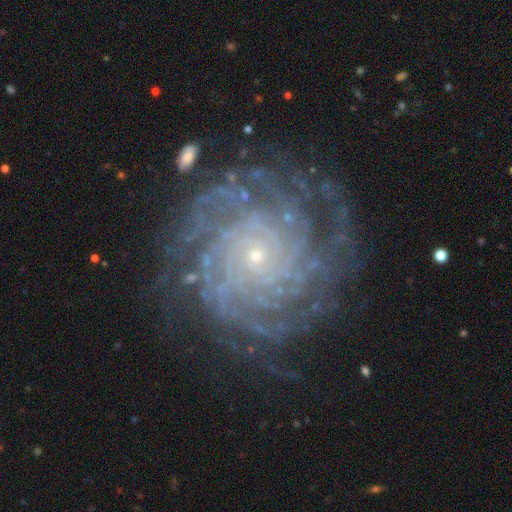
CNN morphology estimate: This is clearly a featured or disk galaxy (90%). It is clearly not viewed edge-on (98%). Bar: clearly no (80%). Spiral arm pattern: clearly yes (98%). Spiral arm count: marginally more than 4 (30%). Spiral winding: clearly tight (83%). Central bulge: clearly small (88%). Merging: likely none (79%).